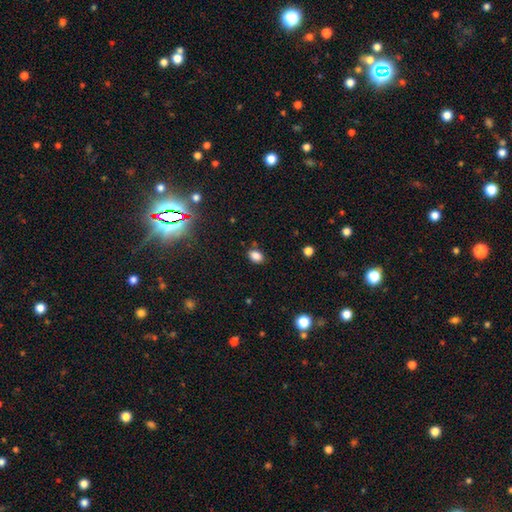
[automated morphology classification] A smooth galaxy with no disk features (83%) that is in between round and cigar-shaped (78%).

Vote fractions:
- Smooth or featured? smooth: 83% / star or artifact: 12% / featured or disk: 5%
- How rounded? in between: 78% / round: 21% / cigar-shaped: 1%
- Merging? none: 80% / minor disturbance: 13% / merger: 4% / major disturbance: 3%